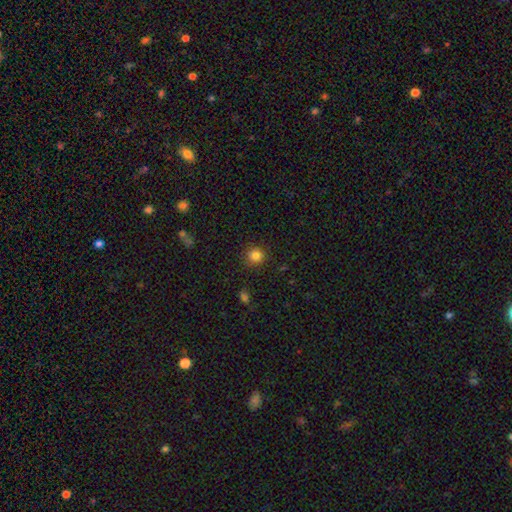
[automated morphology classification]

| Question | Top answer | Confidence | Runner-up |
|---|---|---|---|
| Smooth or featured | smooth | 84% | star or artifact (12%) |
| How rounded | round | 91% | in between (8%) |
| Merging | none | 88% | minor disturbance (8%) |